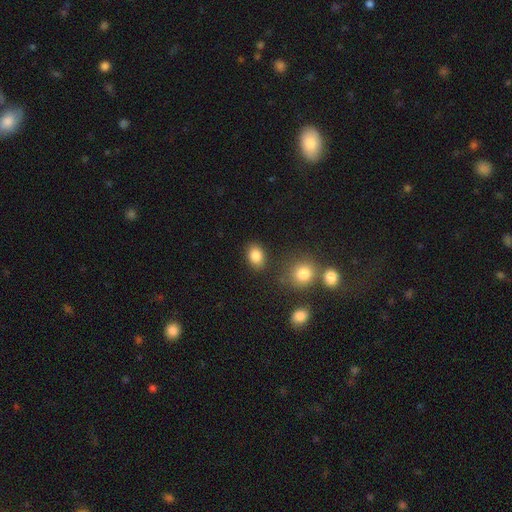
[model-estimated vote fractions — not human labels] Smooth or featured? Predicted: smooth (p=0.85). How rounded? Predicted: in between (p=0.76). Merging? Predicted: none (p=0.81).